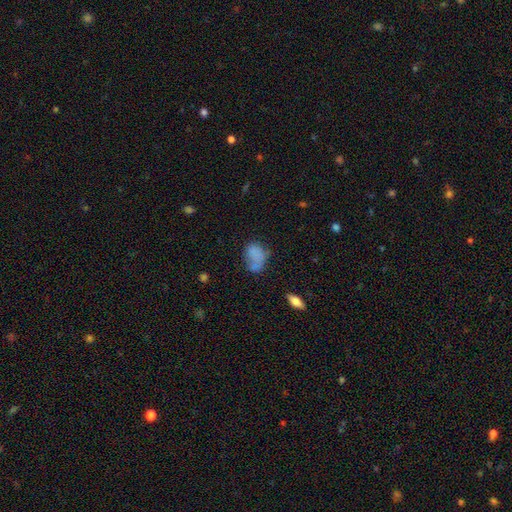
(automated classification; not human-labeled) Morphology: type=smooth (71%); roundness=in between (72%); merging=none (40%).